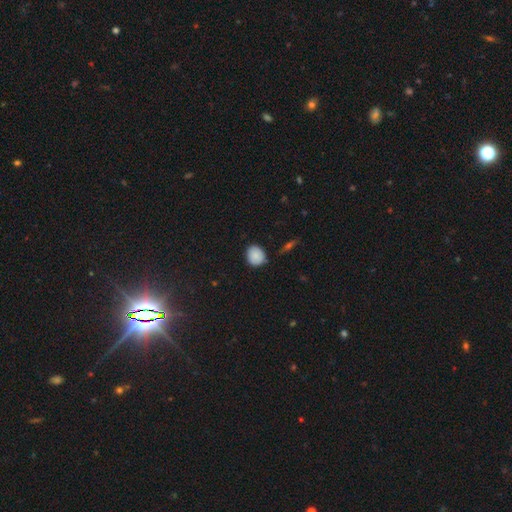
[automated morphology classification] Overall: smooth (85%). How rounded: round (75%). Merging: none (81%).